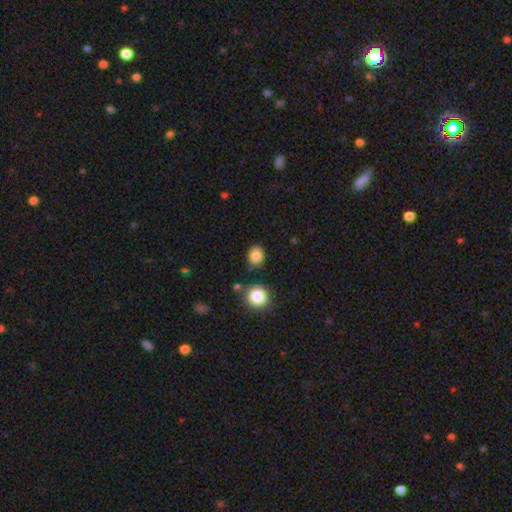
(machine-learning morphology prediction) Smooth or featured? smooth (85%)
How rounded? round (57%)
Merging? none (80%)